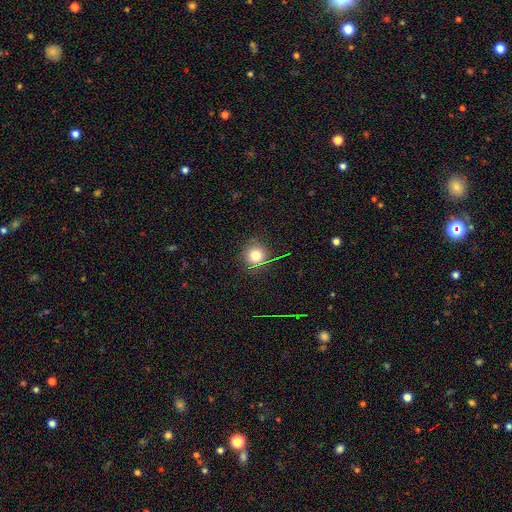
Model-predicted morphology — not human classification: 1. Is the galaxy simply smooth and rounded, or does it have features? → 76% smooth, 16% star or artifact, 8% featured or disk.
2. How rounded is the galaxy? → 94% round, 5% in between, 1% cigar-shaped.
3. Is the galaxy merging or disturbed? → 86% none, 9% minor disturbance, 3% major disturbance, 1% merger.